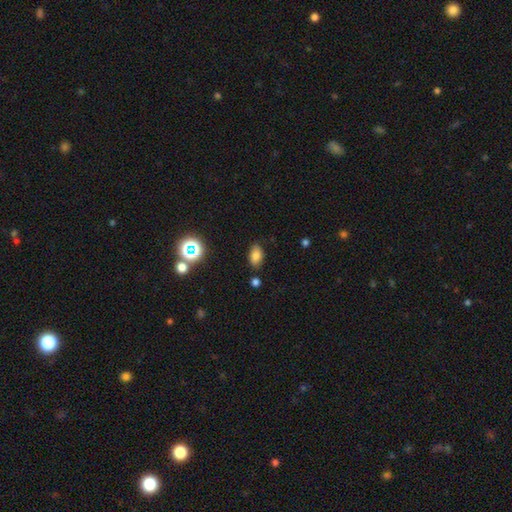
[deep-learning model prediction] This appears to be a smooth galaxy with no disk features (78%) that is in between round and cigar-shaped (89%). Merging: none (82%).